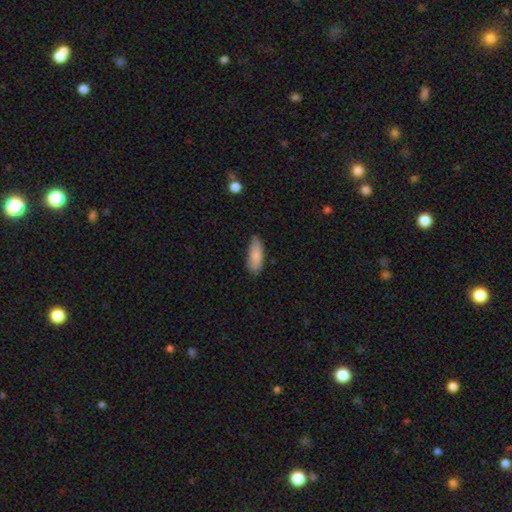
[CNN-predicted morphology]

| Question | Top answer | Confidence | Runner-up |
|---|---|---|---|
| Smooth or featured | smooth | 85% | featured or disk (8%) |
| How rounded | in between | 72% | cigar-shaped (26%) |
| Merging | none | 79% | minor disturbance (17%) |